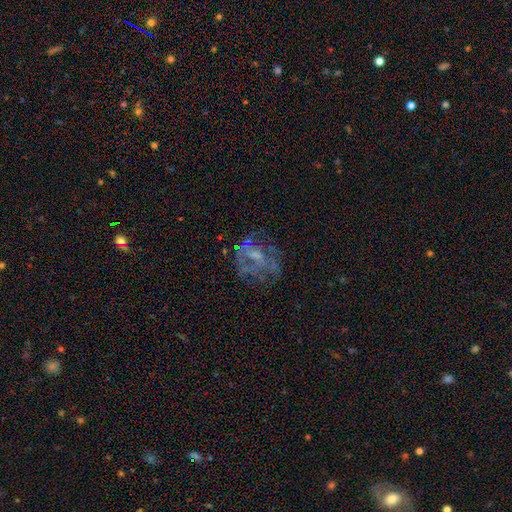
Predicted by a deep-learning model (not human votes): This is likely a featured or disk galaxy (67%). It is clearly not viewed edge-on (98%). Bar: likely no (62%). Spiral arm pattern: possibly no (52%). Central bulge: marginally none (38%). Merging: possibly none (54%).